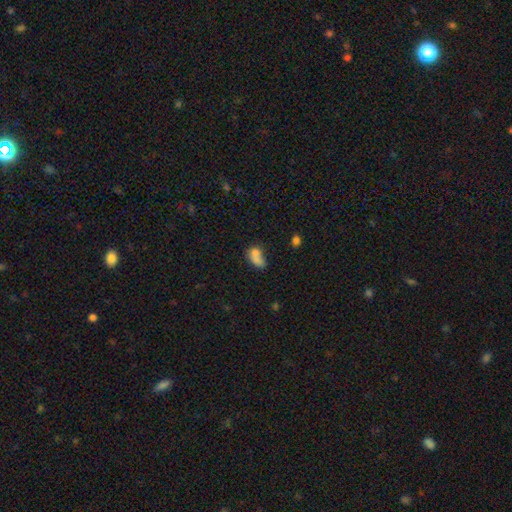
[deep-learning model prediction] Smooth or featured? Predicted: smooth (p=0.74). How rounded? Predicted: in between (p=0.75). Merging? Predicted: merger (p=0.51).